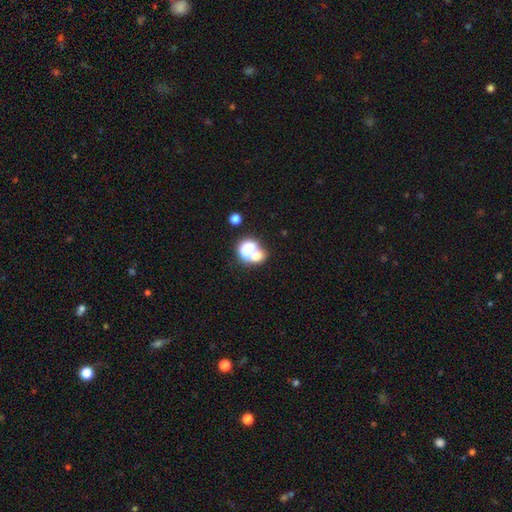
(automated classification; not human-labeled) Morphology: type=smooth (52%); roundness=round (71%); merging=none (50%).